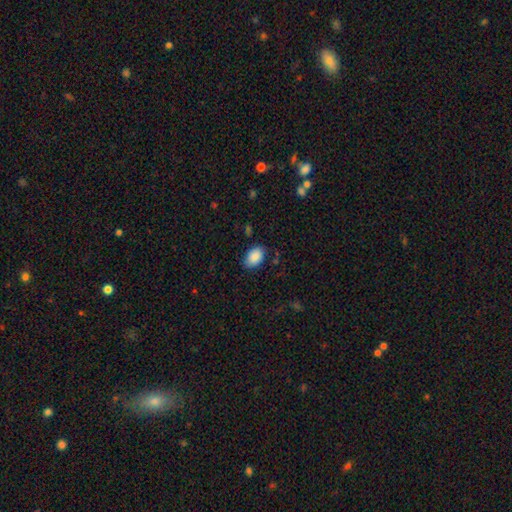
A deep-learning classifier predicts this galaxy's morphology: Smooth or featured?
  - smooth: 88% *
  - star or artifact: 7%
  - featured or disk: 5%
How rounded?
  - in between: 87% *
  - round: 12%
  - cigar-shaped: 1%
Merging?
  - none: 79% *
  - minor disturbance: 16%
  - major disturbance: 3%
  - merger: 1%